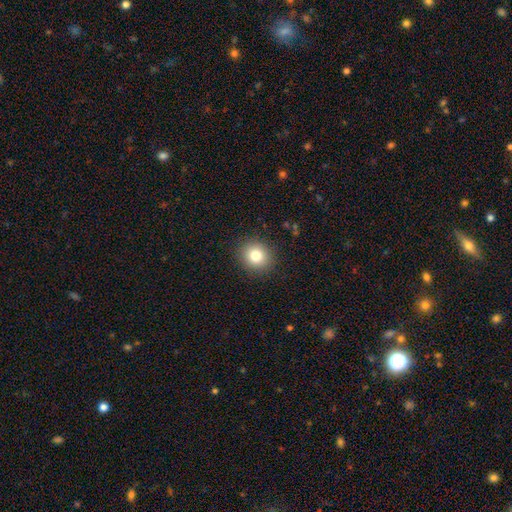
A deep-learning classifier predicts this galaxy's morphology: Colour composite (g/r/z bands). It shows a smooth galaxy with no disk features (80%) that is round (83%). Merging: none (90%).